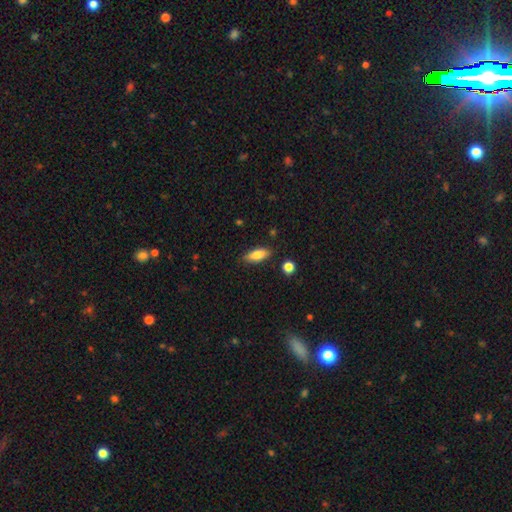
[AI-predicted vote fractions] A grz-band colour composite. It shows a smooth galaxy with no disk features (81%) that is in between round and cigar-shaped (74%). Merging: none (85%).